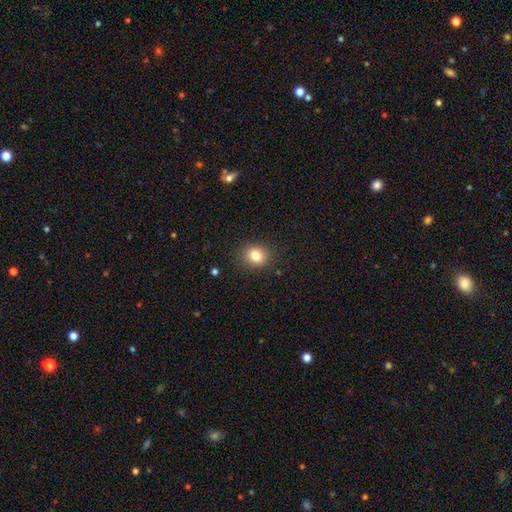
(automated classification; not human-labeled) Smooth or featured? Predicted: smooth (p=0.82). How rounded? Predicted: round (p=0.71). Merging? Predicted: none (p=0.87).